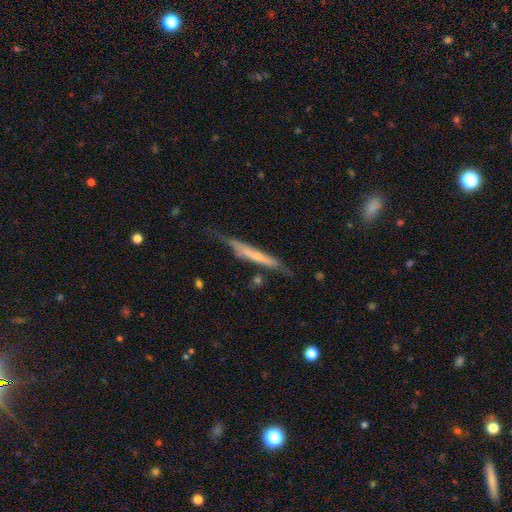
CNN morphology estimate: type=featured or disk (55%); edge-on=yes (88%); merging=none (59%).